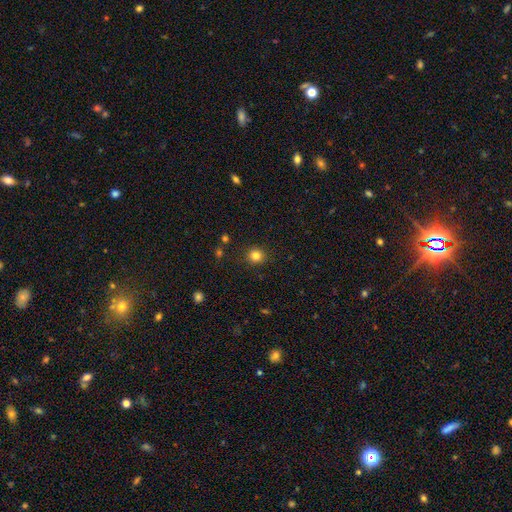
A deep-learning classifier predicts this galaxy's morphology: This is clearly a smooth galaxy (82%). How rounded: clearly round (91%). Merging: clearly none (90%).